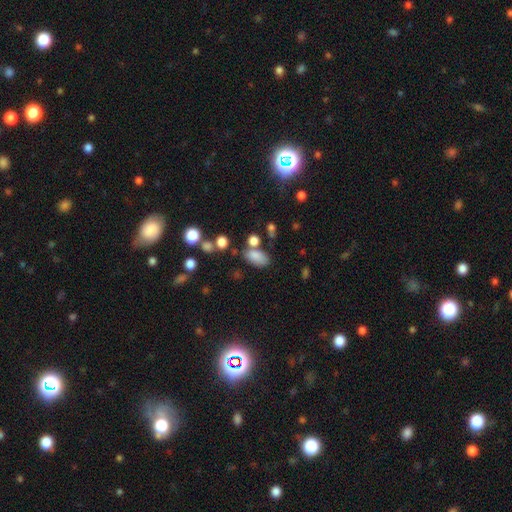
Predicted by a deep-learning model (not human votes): Smooth or featured: smooth — 80% (star or artifact — 12%)
How rounded: in between — 89% (round — 8%)
Merging: none — 60% (minor disturbance — 17%)